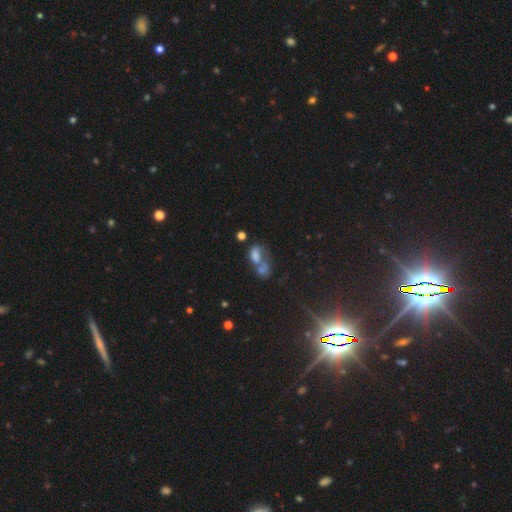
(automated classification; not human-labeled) A smooth galaxy with no disk features (61%) that is in between round and cigar-shaped (81%). Merging: merger (66%).